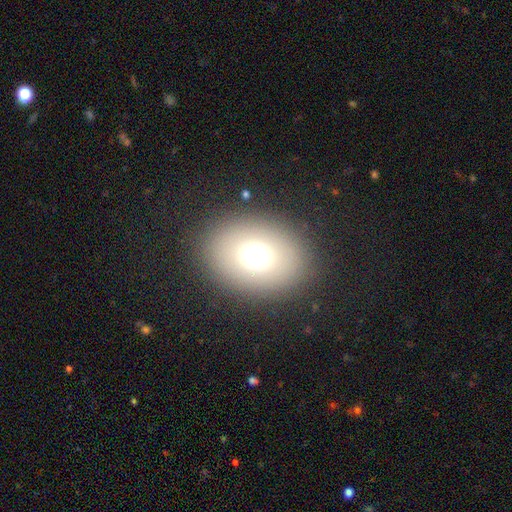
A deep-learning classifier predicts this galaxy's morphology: Overall: smooth (72%). How rounded: in between (65%; round 34%). Merging: none (88%).